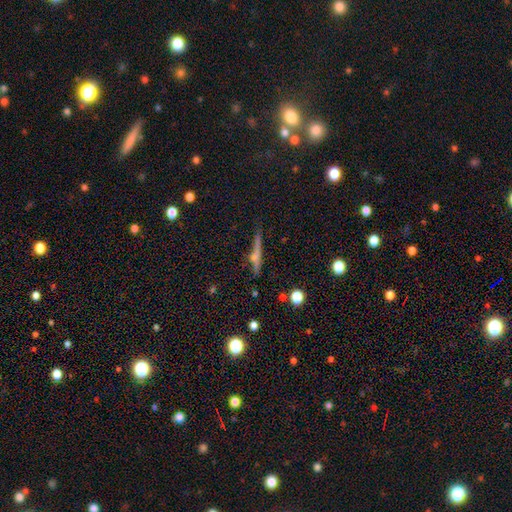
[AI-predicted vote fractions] featured or disk 51%, smooth 35%, star or artifact 14%. Down the decision tree: edge-on disk — yes (94%); merging — none (73%).